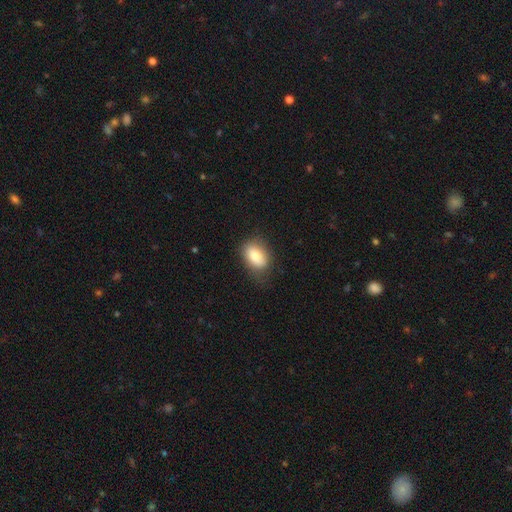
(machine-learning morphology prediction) The model was most divided on "merging": none: 72%, minor disturbance: 21%, major disturbance: 5%, merger: 1%. More confident: how rounded — in between (81%); smooth or featured — smooth (79%).